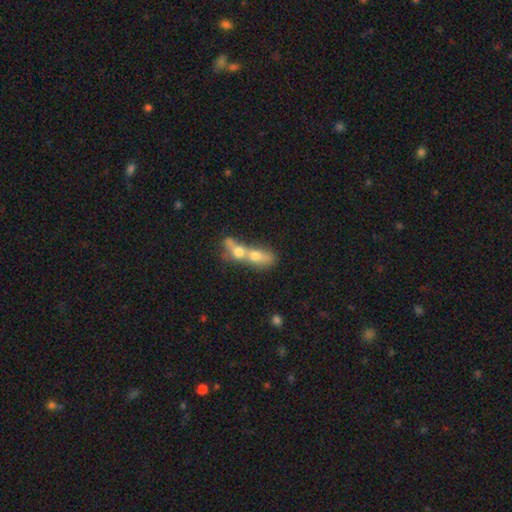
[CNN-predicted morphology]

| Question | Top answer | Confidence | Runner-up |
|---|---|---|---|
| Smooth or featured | smooth | 59% | featured or disk (31%) |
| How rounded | in between | 56% | round (25%) |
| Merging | merger | 80% | none (10%) |